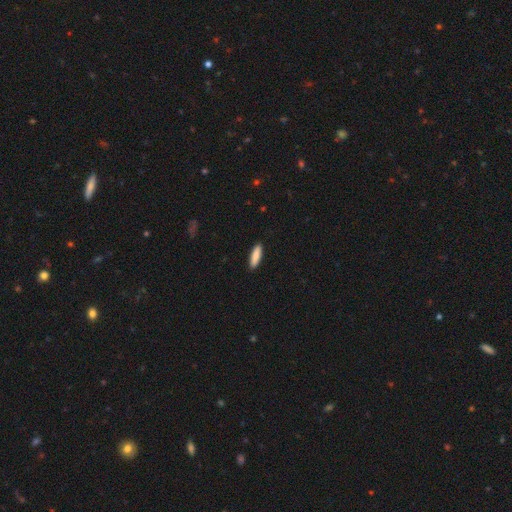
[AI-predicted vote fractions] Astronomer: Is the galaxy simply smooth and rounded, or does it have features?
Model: smooth — 86%.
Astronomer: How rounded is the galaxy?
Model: cigar-shaped — 63%.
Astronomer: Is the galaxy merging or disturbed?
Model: none — 90%.